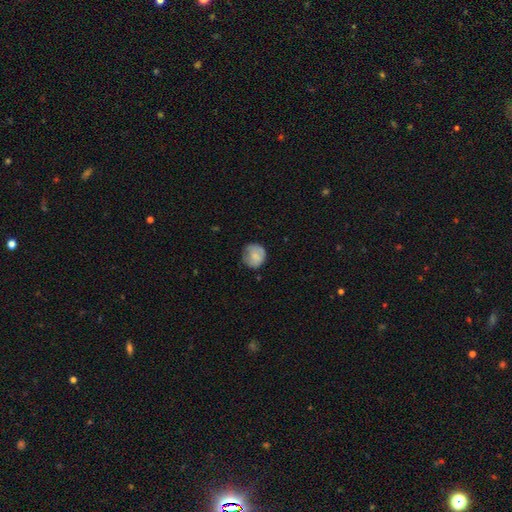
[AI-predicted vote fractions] smooth_or_featured: smooth (p=0.73) [alt: featured or disk p=0.20]
how_rounded: round (p=0.85) [alt: in between p=0.14]
merging: none (p=0.65) [alt: minor disturbance p=0.26]